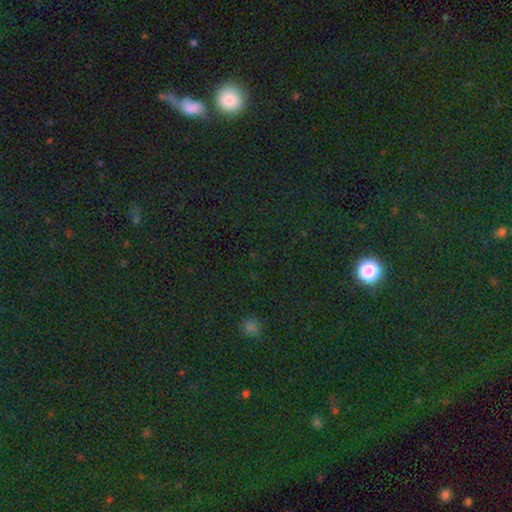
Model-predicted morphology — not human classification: star or artifact 61%, smooth 29%, featured or disk 9%.